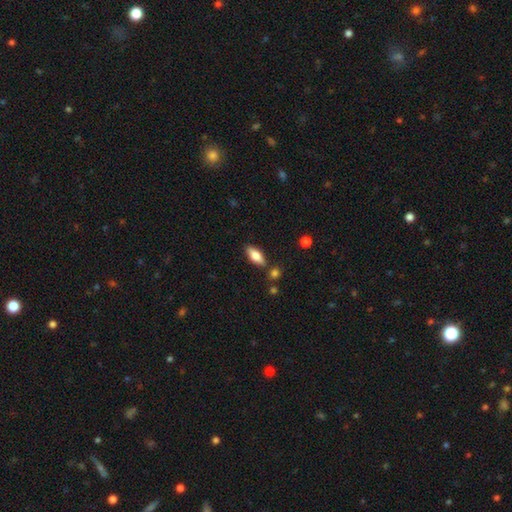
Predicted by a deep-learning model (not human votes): Morphology: type=smooth (72%); roundness=in between (76%); merging=none (81%).